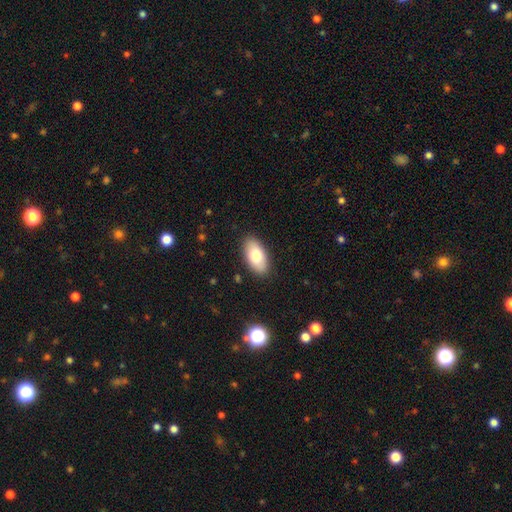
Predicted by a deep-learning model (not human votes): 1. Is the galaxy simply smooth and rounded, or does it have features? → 78% smooth, 15% featured or disk, 6% star or artifact.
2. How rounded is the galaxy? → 94% in between, 3% cigar-shaped, 3% round.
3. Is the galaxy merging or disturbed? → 87% none, 9% minor disturbance, 2% major disturbance, 1% merger.